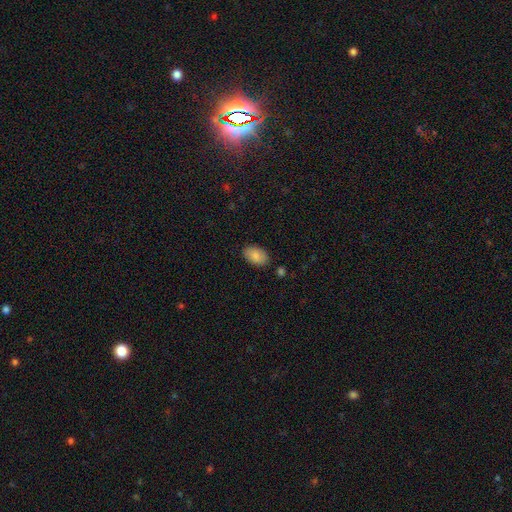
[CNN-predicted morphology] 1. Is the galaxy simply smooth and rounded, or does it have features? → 85% smooth, 8% featured or disk, 7% star or artifact.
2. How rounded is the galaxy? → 91% in between, 7% round, 1% cigar-shaped.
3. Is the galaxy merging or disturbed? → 86% none, 10% minor disturbance, 2% major disturbance, 2% merger.